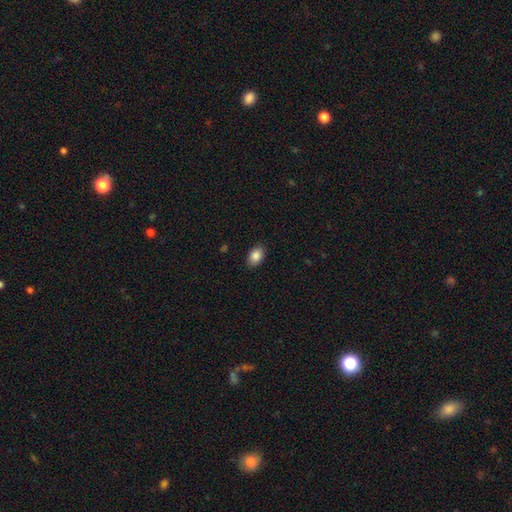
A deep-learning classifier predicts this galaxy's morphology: Q: Smooth or featured?
A: smooth (87%); runner-up: star or artifact (8%)
Q: How rounded?
A: in between (88%); runner-up: round (10%)
Q: Merging?
A: none (88%); runner-up: minor disturbance (8%)